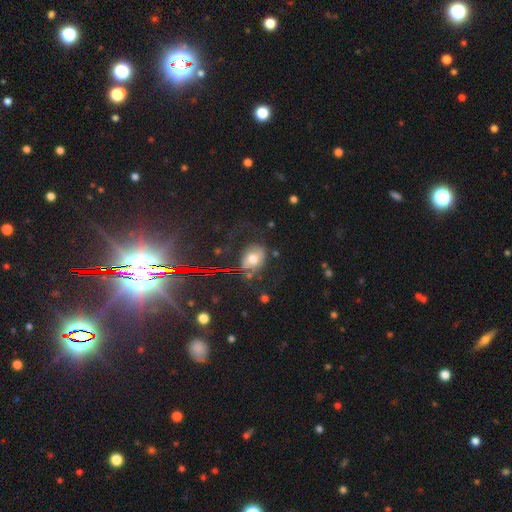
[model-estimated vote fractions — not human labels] Smooth or featured: smooth — 57% (featured or disk — 26%)
How rounded: in between — 50% (round — 48%)
Merging: none — 54% (minor disturbance — 22%)